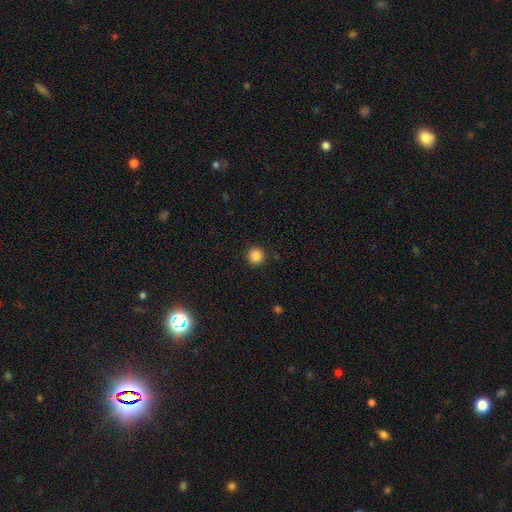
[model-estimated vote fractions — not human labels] A smooth galaxy with no disk features (85%) that is round (95%). Merging: none (92%).